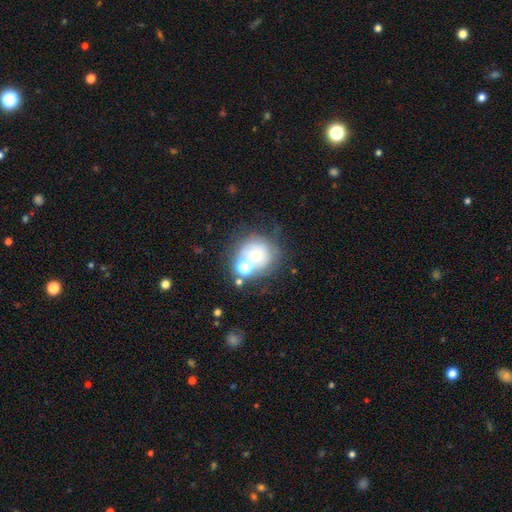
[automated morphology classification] This is possibly a smooth galaxy (54%). How rounded: clearly round (87%). Merging: marginally none (43%).